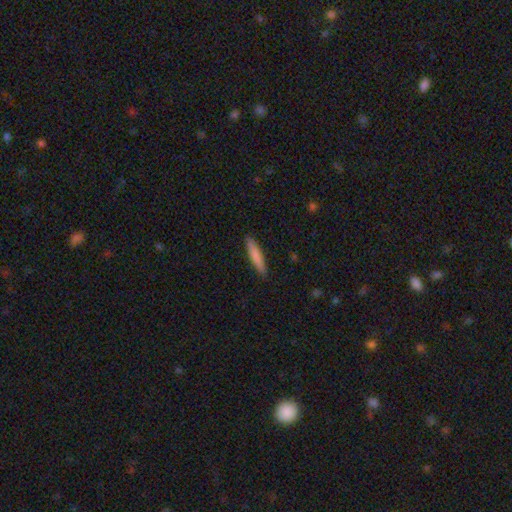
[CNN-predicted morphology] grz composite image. It shows a smooth galaxy with no disk features (77%) that is cigar-shaped (90%). Merging: none (91%).